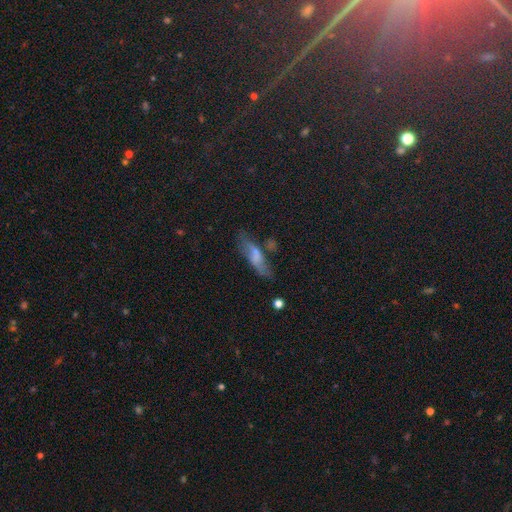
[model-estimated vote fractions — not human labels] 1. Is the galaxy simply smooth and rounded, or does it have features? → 56% smooth, 33% featured or disk, 11% star or artifact.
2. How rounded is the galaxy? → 49% cigar-shaped, 47% in between, 4% round.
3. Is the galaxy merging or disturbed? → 55% none, 25% minor disturbance, 12% major disturbance, 7% merger.